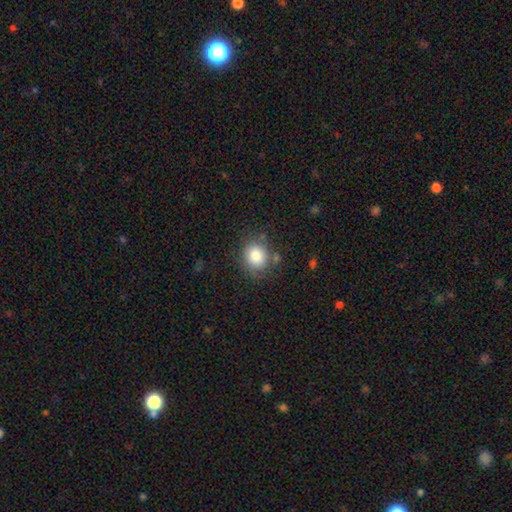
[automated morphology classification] A smooth galaxy with no disk features (83%) that is round (73%).

Vote fractions:
- Smooth or featured? smooth: 83% / star or artifact: 10% / featured or disk: 7%
- How rounded? round: 73% / in between: 26% / cigar-shaped: 1%
- Merging? none: 77% / minor disturbance: 14% / major disturbance: 5% / merger: 4%